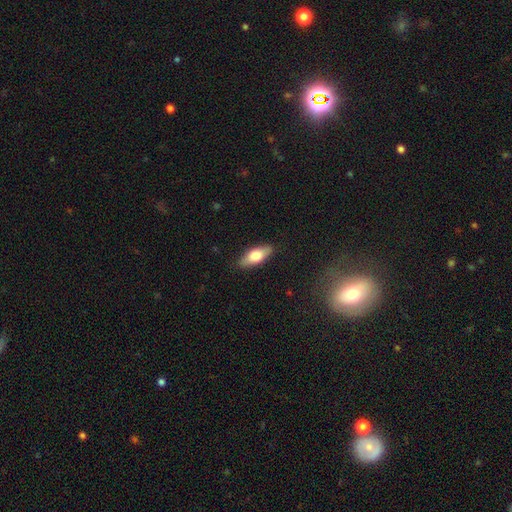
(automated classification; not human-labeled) Q: Smooth or featured?
A: smooth (68%); runner-up: featured or disk (26%)
Q: How rounded?
A: in between (73%); runner-up: cigar-shaped (24%)
Q: Merging?
A: none (85%); runner-up: minor disturbance (11%)